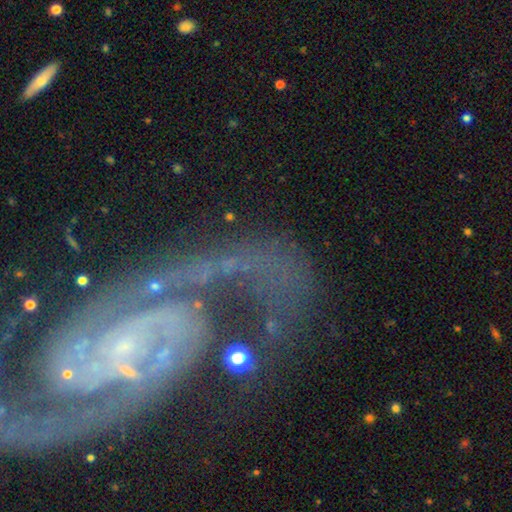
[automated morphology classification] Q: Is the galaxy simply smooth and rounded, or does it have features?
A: featured or disk — 52%.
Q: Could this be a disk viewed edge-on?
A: no — 87%.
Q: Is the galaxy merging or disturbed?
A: none — 37%.